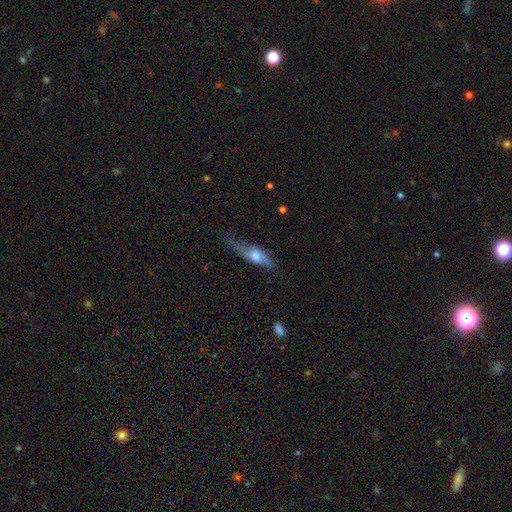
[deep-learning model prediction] smooth_or_featured: smooth (p=0.48) [alt: featured or disk p=0.45]
merging: none (p=0.48) [alt: minor disturbance p=0.31]